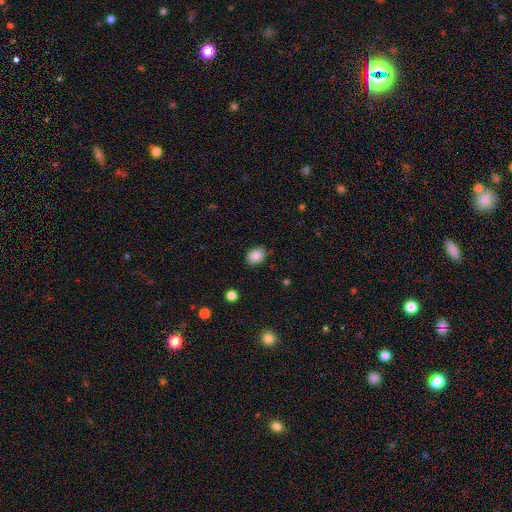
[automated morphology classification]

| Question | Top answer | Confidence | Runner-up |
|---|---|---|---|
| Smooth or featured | smooth | 87% | star or artifact (9%) |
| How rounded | in between | 55% | round (44%) |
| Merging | none | 82% | minor disturbance (14%) |